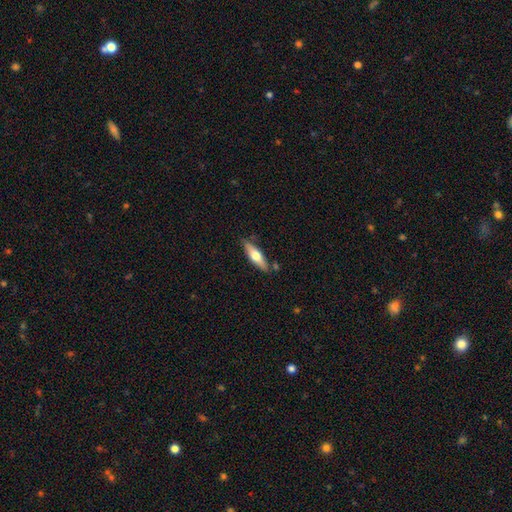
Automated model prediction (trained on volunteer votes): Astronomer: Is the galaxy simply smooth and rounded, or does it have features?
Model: smooth — 49% (runner-up: featured or disk, 46%).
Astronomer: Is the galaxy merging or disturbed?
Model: none — 81%.